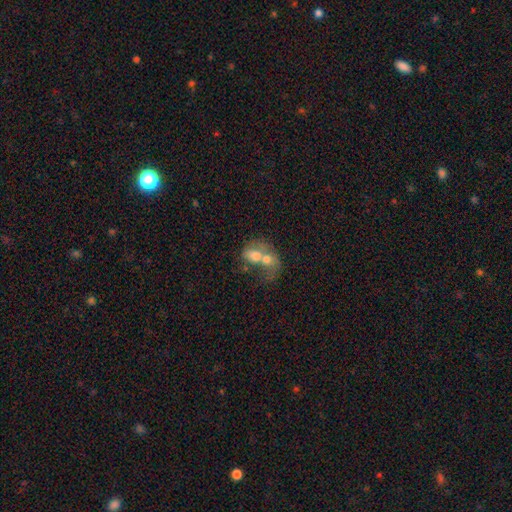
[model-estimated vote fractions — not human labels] Smooth or featured: smooth — 59% (featured or disk — 32%)
How rounded: in between — 64% (round — 34%)
Merging: merger — 77% (major disturbance — 9%)